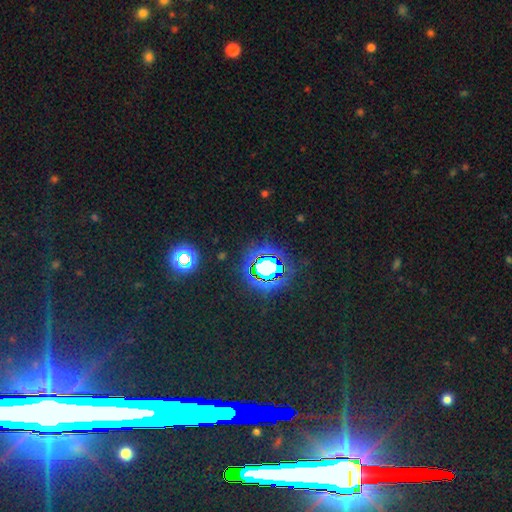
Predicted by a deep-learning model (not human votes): This is likely a star or artifact rather than a galaxy (78%).